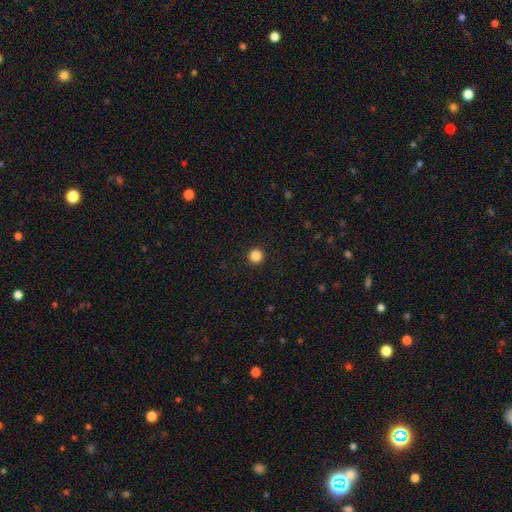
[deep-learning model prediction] smooth-or-featured: smooth: 86% | star or artifact: 11% | featured or disk: 3%
  how-rounded: round: 96% | in between: 3% | cigar-shaped: 1%
  merging: none: 94% | minor disturbance: 4% | major disturbance: 1% | merger: 1%